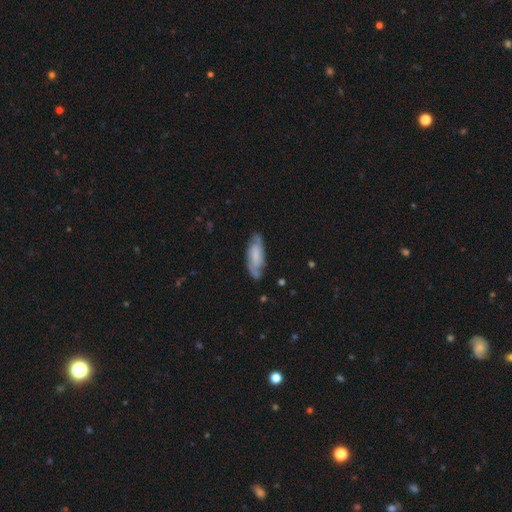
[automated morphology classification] This is possibly a featured or disk galaxy (57%). It is clearly not viewed edge-on (84%). Merging: likely none (74%).